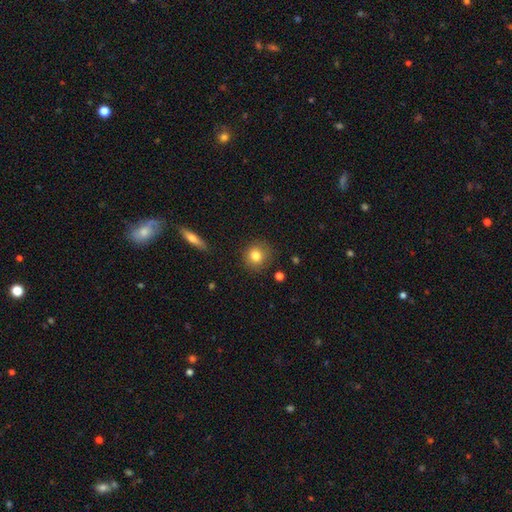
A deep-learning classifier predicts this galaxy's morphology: Q: Smooth or featured?
A: smooth (81%); runner-up: star or artifact (10%)
Q: How rounded?
A: round (88%); runner-up: in between (11%)
Q: Merging?
A: none (84%); runner-up: minor disturbance (11%)